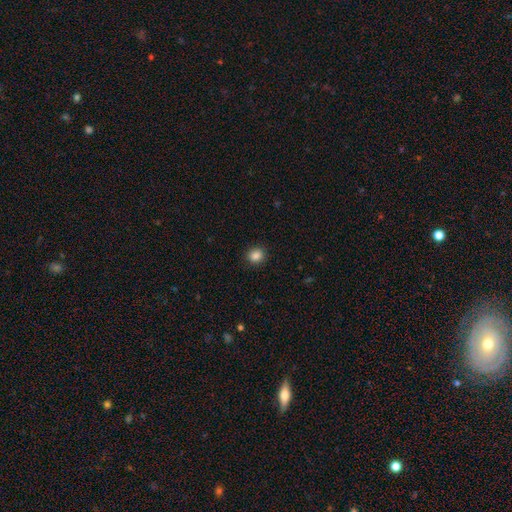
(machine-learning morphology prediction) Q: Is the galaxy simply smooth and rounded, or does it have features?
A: smooth — 86%.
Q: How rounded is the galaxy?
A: round — 81%.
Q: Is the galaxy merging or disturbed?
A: none — 91%.